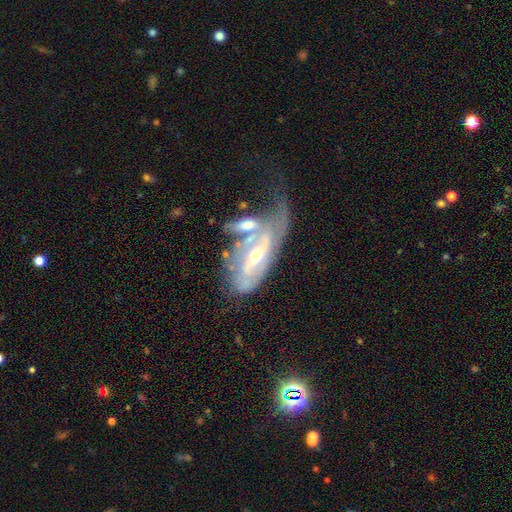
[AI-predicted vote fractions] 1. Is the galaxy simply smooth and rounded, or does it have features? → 81% featured or disk, 12% smooth, 7% star or artifact.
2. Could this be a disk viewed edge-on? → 90% no, 10% yes.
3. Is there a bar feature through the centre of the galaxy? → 36% strong, 35% weak, 29% no.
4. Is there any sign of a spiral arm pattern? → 85% yes, 15% no.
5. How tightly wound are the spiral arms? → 38% tight, 34% medium, 28% loose.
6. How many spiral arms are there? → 51% 2, 28% can't tell, 12% 1, 5% 3, 2% 4, 2% more than 4.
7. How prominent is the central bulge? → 57% moderate, 39% small, 3% large, 1% none, 1% dominant.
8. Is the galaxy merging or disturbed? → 35% merger, 28% major disturbance, 21% none, 16% minor disturbance.